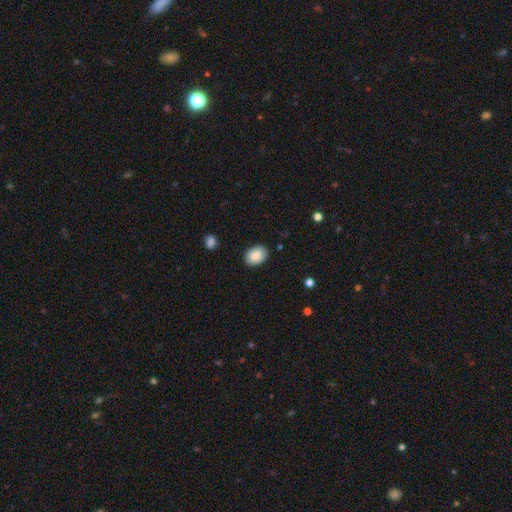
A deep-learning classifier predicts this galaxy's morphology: Smooth or featured? Predicted: smooth (p=0.82). How rounded? Predicted: in between (p=0.77). Merging? Predicted: none (p=0.87).